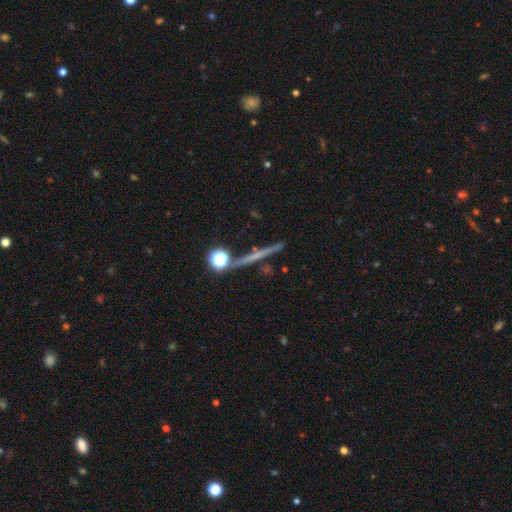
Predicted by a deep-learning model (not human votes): smooth_or_featured: featured or disk (p=0.51) [alt: smooth p=0.36]
disk_edge_on: yes (p=0.95) [alt: no p=0.05]
merging: none (p=0.85) [alt: minor disturbance p=0.07]